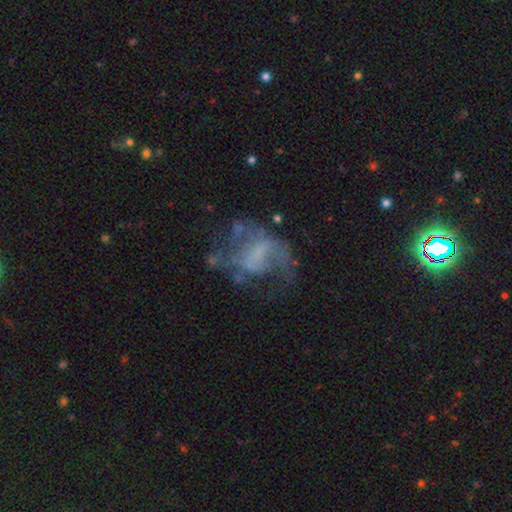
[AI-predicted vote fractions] Smooth or featured?
  - featured or disk: 66% *
  - smooth: 21%
  - star or artifact: 14%
Edge-on disk?
  - no: 98% *
  - yes: 2%
Bar?
  - no: 51% *
  - weak: 36%
  - strong: 13%
Spiral arms?
  - yes: 51% *
  - no: 49%
Bulge size?
  - none: 58% *
  - small: 22%
  - moderate: 13%
  - large: 4%
  - dominant: 1%
Merging?
  - major disturbance: 43% *
  - none: 34%
  - minor disturbance: 17%
  - merger: 6%